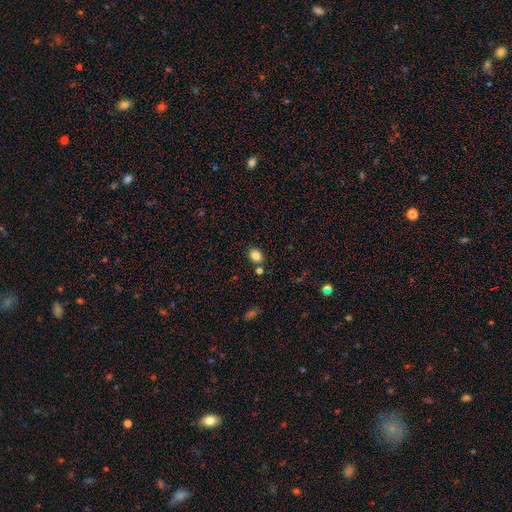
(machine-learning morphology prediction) This appears to be a smooth galaxy with no disk features (84%) that is in between round and cigar-shaped (57%). Merging: none (79%).